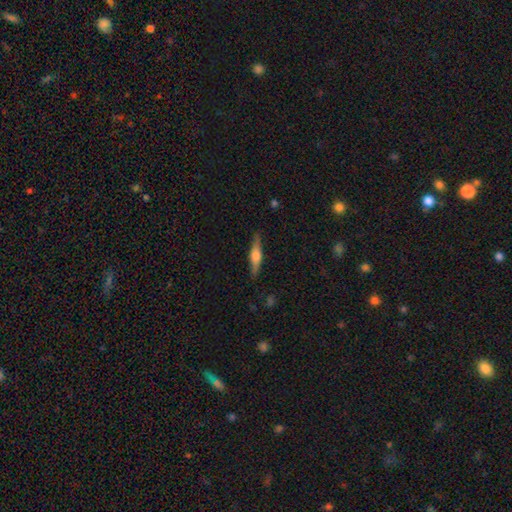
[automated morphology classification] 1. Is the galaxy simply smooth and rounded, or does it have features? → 62% featured or disk, 33% smooth, 6% star or artifact.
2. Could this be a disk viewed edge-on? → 96% yes, 4% no.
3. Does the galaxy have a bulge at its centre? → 87% rounded, 10% boxy, 3% none.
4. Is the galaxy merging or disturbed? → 88% none, 9% minor disturbance, 2% major disturbance, 1% merger.